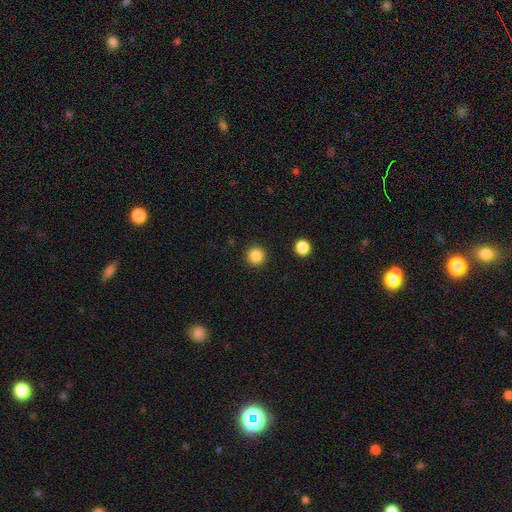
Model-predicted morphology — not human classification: smooth 85%, star or artifact 11%, featured or disk 4%. Down the decision tree: how rounded — round (96%); merging — none (92%).